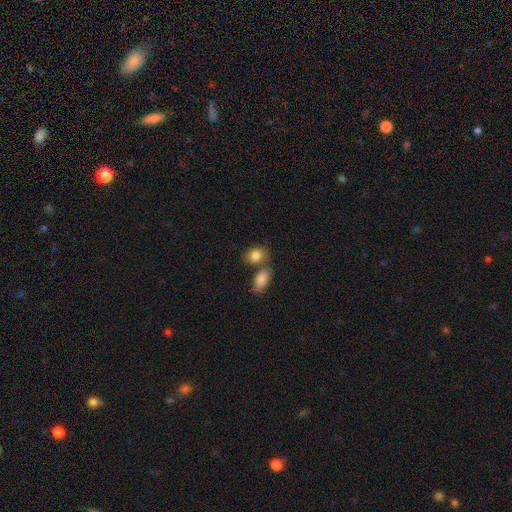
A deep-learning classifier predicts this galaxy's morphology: type=smooth (85%); roundness=in between (67%); merging=none (48%).